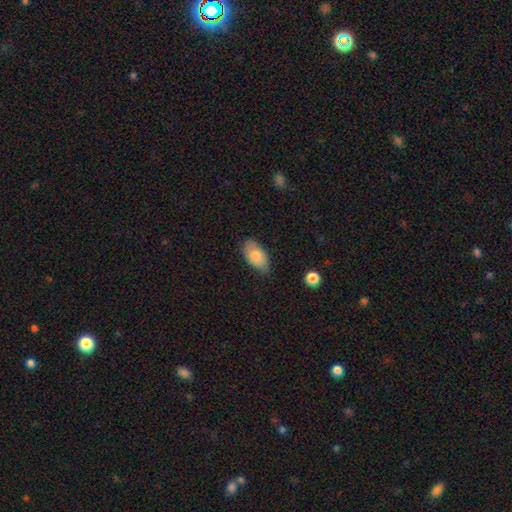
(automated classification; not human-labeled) A smooth galaxy with no disk features (77%) that is in between round and cigar-shaped (93%).

Vote fractions:
- Smooth or featured? smooth: 77% / featured or disk: 16% / star or artifact: 7%
- How rounded? in between: 93% / round: 5% / cigar-shaped: 2%
- Merging? none: 69% / minor disturbance: 26% / major disturbance: 4% / merger: 1%